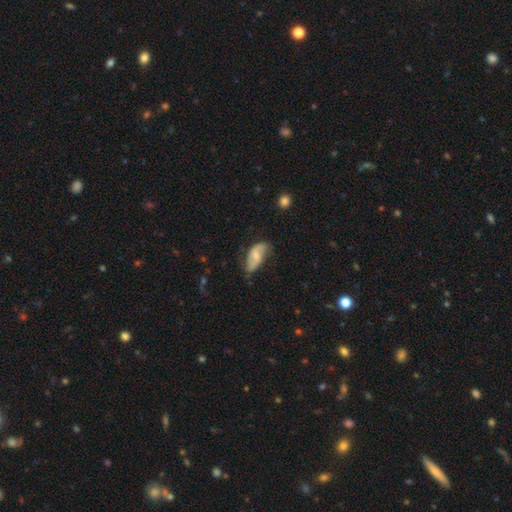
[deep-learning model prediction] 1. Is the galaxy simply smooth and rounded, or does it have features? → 49% featured or disk, 44% smooth, 7% star or artifact.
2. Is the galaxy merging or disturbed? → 50% none, 34% minor disturbance, 14% major disturbance, 2% merger.